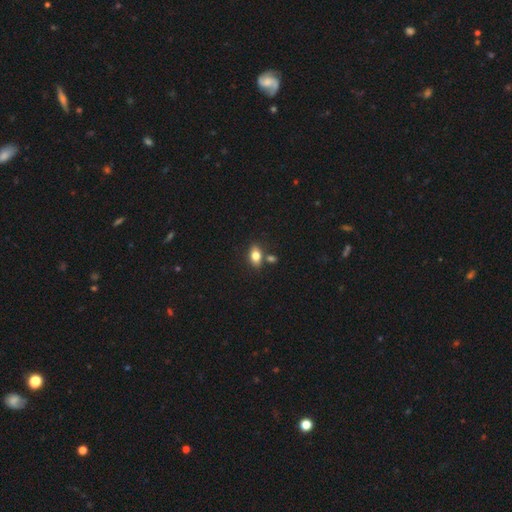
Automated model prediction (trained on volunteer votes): Morphology: type=smooth (78%); roundness=in between (84%); merging=none (71%).